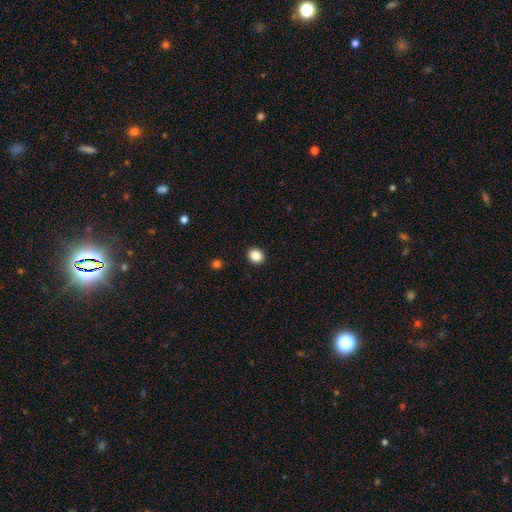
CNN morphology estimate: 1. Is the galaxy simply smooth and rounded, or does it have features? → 87% smooth, 10% star or artifact, 4% featured or disk.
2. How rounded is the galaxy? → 71% round, 29% in between, 1% cigar-shaped.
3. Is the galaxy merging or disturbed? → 92% none, 5% minor disturbance, 2% major disturbance, 1% merger.